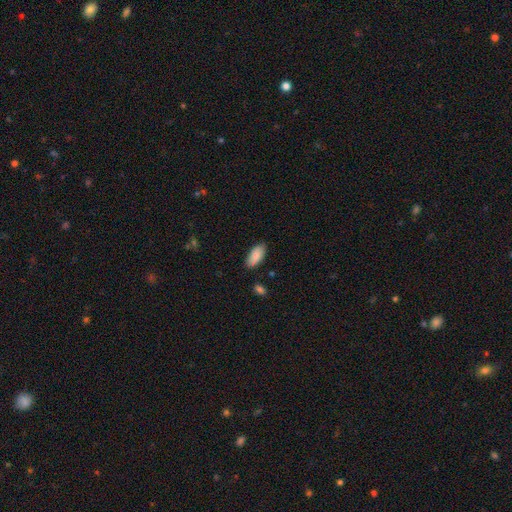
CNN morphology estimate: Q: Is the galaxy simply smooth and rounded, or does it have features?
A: smooth — 85%.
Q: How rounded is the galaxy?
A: in between — 90%.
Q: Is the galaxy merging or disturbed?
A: none — 82%.